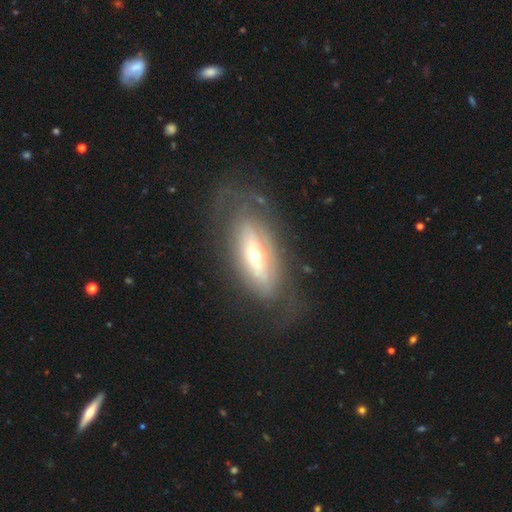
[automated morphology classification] This is likely a featured or disk galaxy (71%). It is likely not viewed edge-on (79%). Bar: possibly no (57%). Spiral arm pattern: possibly yes (50%, tied with no). Central bulge: possibly moderate (58%). Merging: likely none (65%).